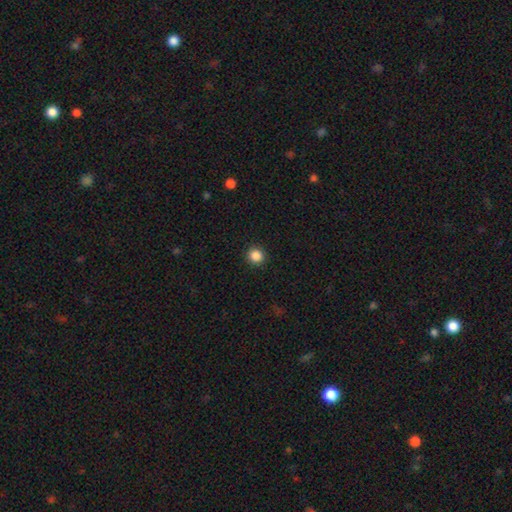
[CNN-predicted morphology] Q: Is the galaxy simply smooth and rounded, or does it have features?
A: smooth — 87%.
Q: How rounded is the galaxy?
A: round — 92%.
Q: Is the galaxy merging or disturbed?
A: none — 92%.